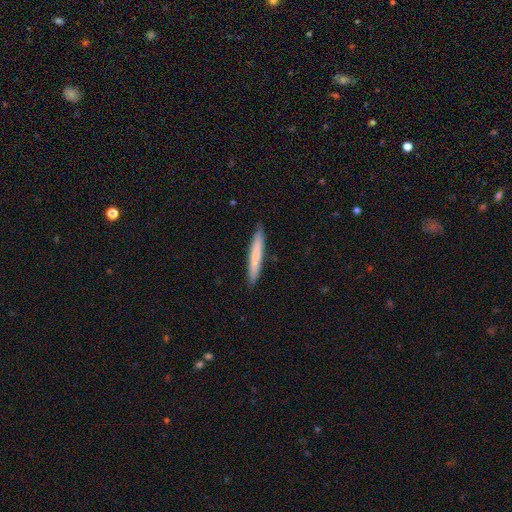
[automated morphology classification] This is likely a smooth galaxy (71%). How rounded: clearly cigar-shaped (96%). Merging: clearly none (90%).